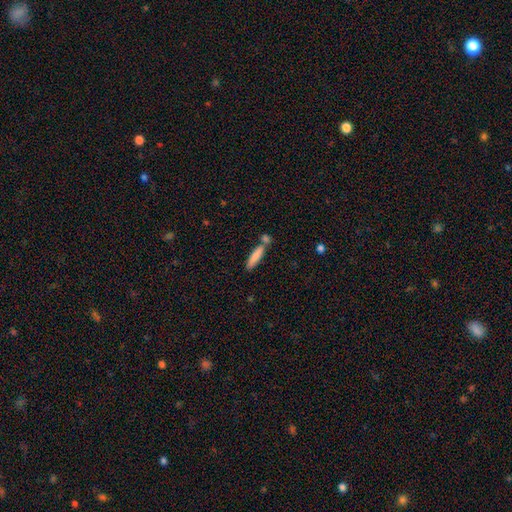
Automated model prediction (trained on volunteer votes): A smooth galaxy with no disk features (81%) that is cigar-shaped (79%). Merging: none (62%).